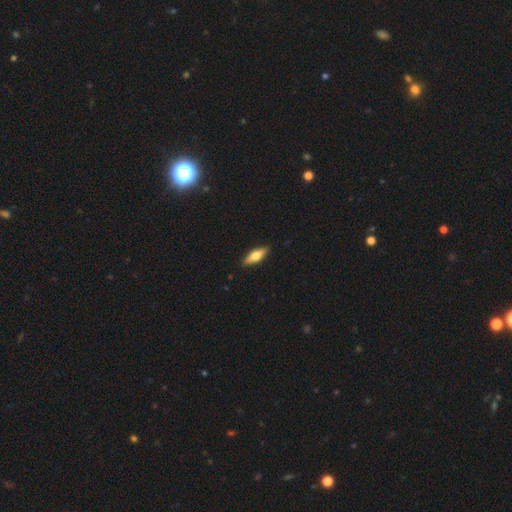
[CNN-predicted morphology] Q: Smooth or featured?
A: smooth (60%); runner-up: featured or disk (34%)
Q: How rounded?
A: in between (57%); runner-up: cigar-shaped (41%)
Q: Merging?
A: none (89%); runner-up: minor disturbance (8%)